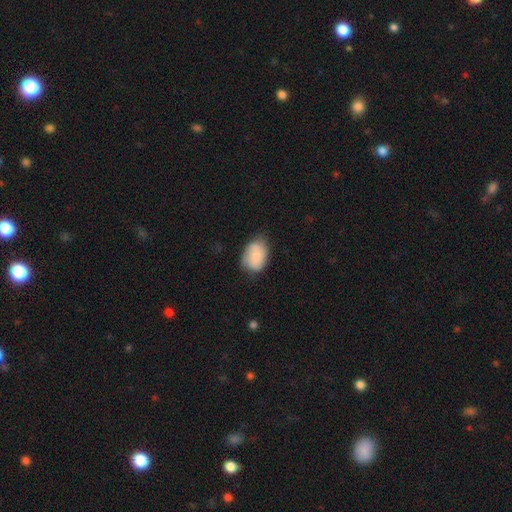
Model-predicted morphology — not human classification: A smooth galaxy with no disk features (72%) that is in between round and cigar-shaped (76%). Merging: none (64%).